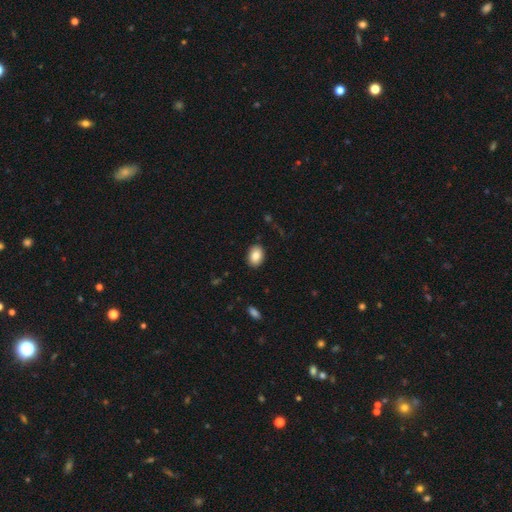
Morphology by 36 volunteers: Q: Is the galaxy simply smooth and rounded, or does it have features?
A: smooth — 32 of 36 (89%).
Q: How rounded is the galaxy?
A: in between — 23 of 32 (72%).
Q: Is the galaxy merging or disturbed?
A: none — 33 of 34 (97%).